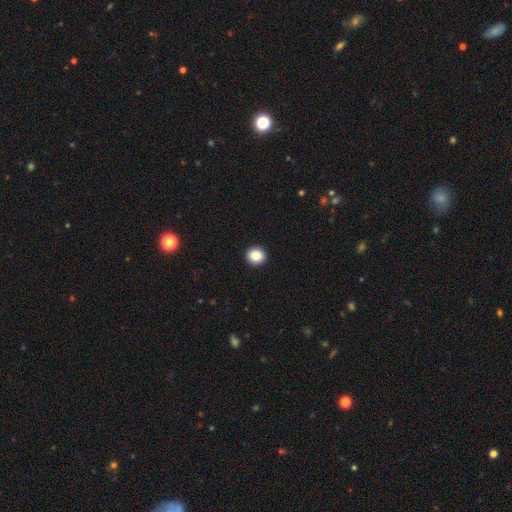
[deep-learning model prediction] Q: Smooth or featured?
A: smooth (85%); runner-up: star or artifact (10%)
Q: How rounded?
A: round (92%); runner-up: in between (7%)
Q: Merging?
A: none (94%); runner-up: minor disturbance (4%)